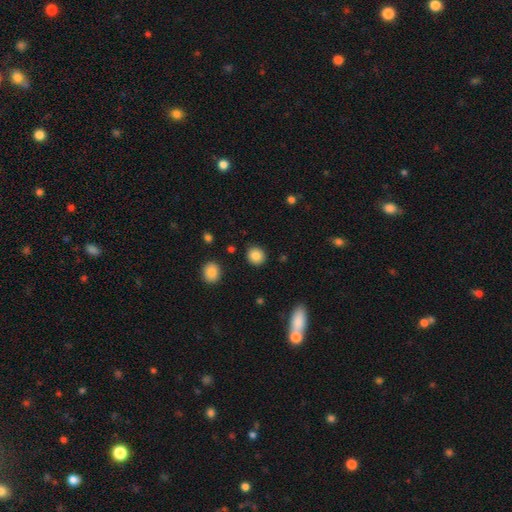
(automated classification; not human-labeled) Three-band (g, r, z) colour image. It shows a smooth galaxy with no disk features (86%) that is round (87%). Merging: none (91%).